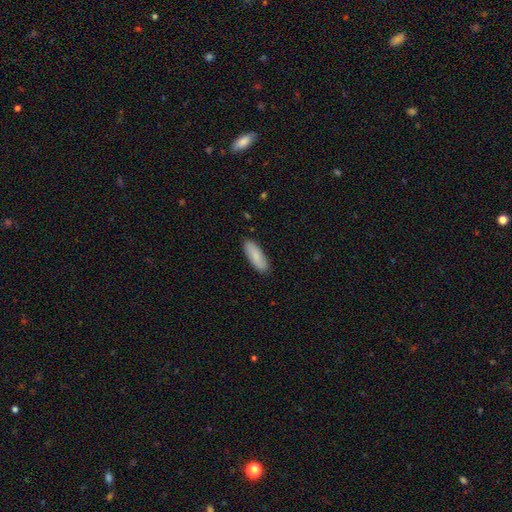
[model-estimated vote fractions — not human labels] This appears to be a smooth galaxy with no disk features (86%) that is in between round and cigar-shaped (62%). Merging: none (88%).